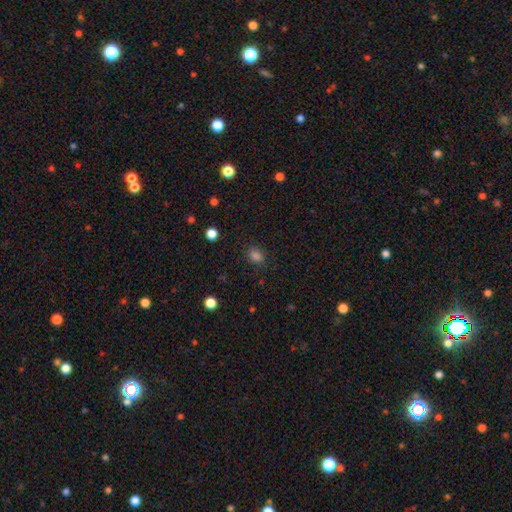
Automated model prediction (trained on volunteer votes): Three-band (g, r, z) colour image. It shows a smooth galaxy with no disk features (80%) that is in between round and cigar-shaped (50%). Merging: none (85%).